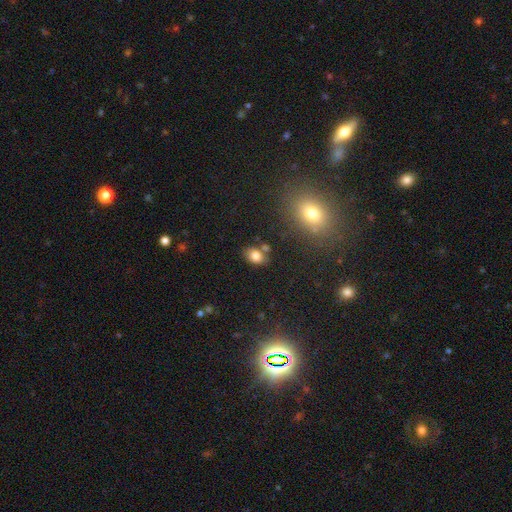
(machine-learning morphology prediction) Overall: smooth (80%). How rounded: in between (75%). Merging: none (71%).